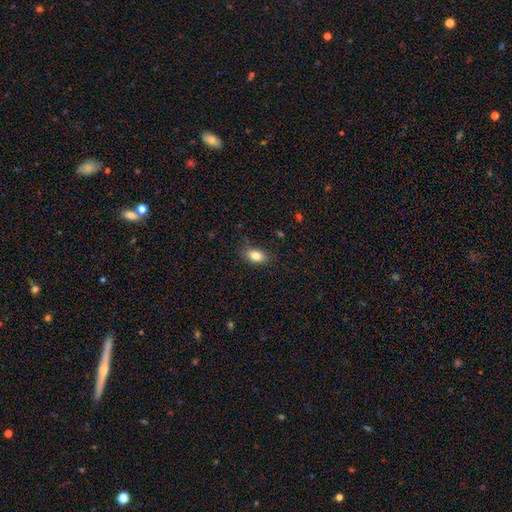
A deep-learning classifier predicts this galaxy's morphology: smooth_or_featured: smooth (p=0.83) [alt: star or artifact p=0.09]
how_rounded: in between (p=0.87) [alt: round p=0.10]
merging: none (p=0.81) [alt: minor disturbance p=0.15]